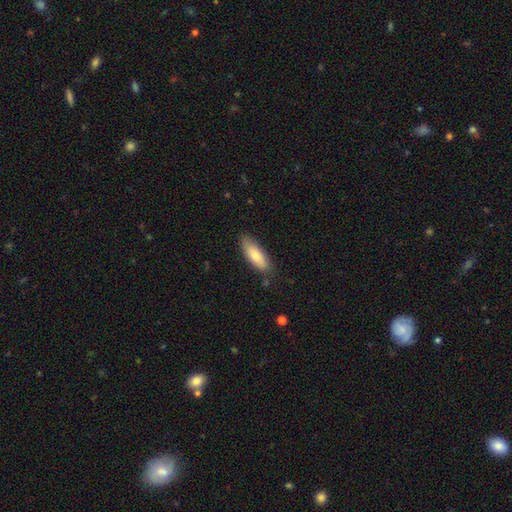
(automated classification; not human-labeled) A smooth galaxy with no disk features (82%) that is in between round and cigar-shaped (61%). Merging: none (82%).